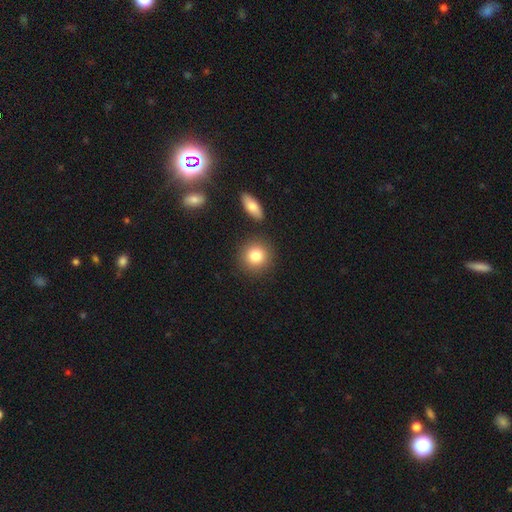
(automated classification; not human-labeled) A smooth galaxy with no disk features (83%) that is round (88%). Merging: none (83%).